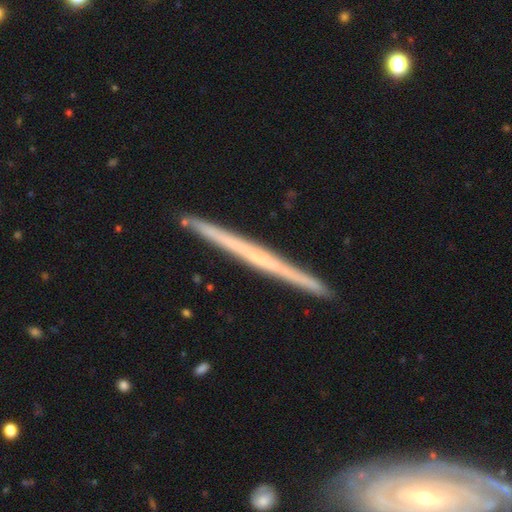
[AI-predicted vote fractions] The model was most divided on "smooth or featured": featured or disk: 68%, smooth: 27%, star or artifact: 5%. More confident: edge-on disk — yes (98%); merging — none (91%); edge-on bulge — none (85%).